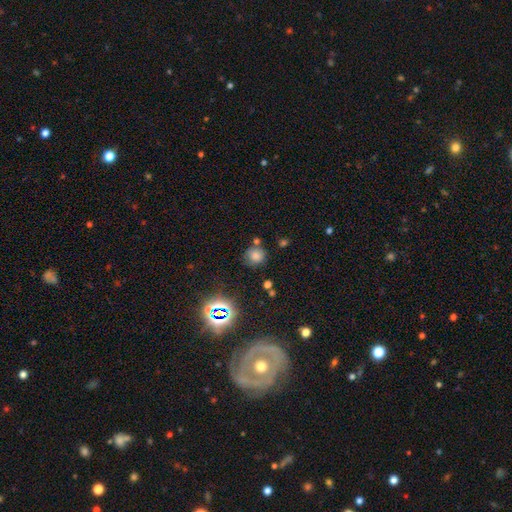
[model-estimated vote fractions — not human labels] This appears to be a smooth galaxy with no disk features (68%) that is round (86%). Merging: none (70%).